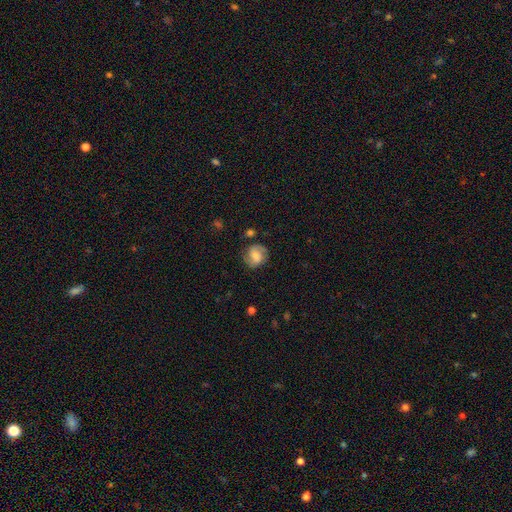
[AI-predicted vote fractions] A featured or disk galaxy (52%) with a weak bar (44%), spiral arms (89%) and a moderate central bulge (34%). Merging: none (74%).